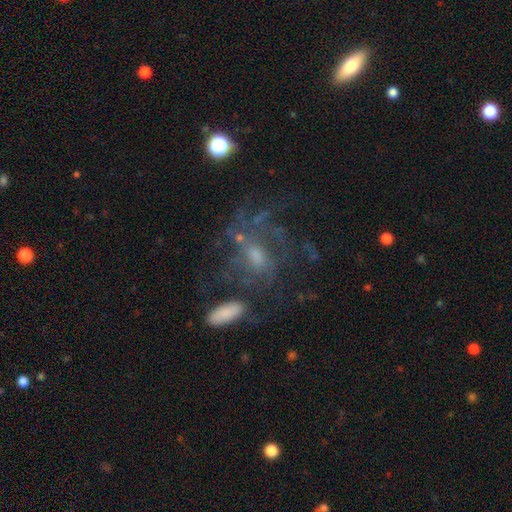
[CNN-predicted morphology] Smooth or featured?
  - featured or disk: 64% *
  - smooth: 19%
  - star or artifact: 17%
Edge-on disk?
  - no: 95% *
  - yes: 5%
Bar?
  - no: 57% *
  - weak: 34%
  - strong: 8%
Spiral arms?
  - yes: 68% *
  - no: 32%
Bulge size?
  - moderate: 39% *
  - small: 36%
  - none: 16%
  - large: 7%
  - dominant: 2%
Merging?
  - none: 47% *
  - major disturbance: 29%
  - minor disturbance: 17%
  - merger: 8%